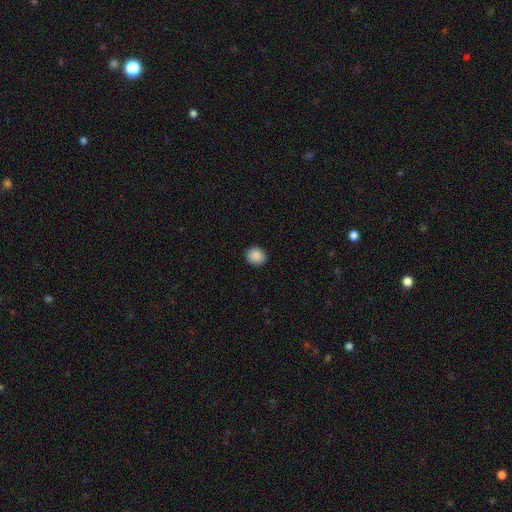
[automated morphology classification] A smooth galaxy with no disk features (89%) that is round (75%).

Vote fractions:
- Smooth or featured? smooth: 89% / star or artifact: 8% / featured or disk: 3%
- How rounded? round: 75% / in between: 24% / cigar-shaped: 1%
- Merging? none: 90% / minor disturbance: 7% / major disturbance: 2% / merger: 1%